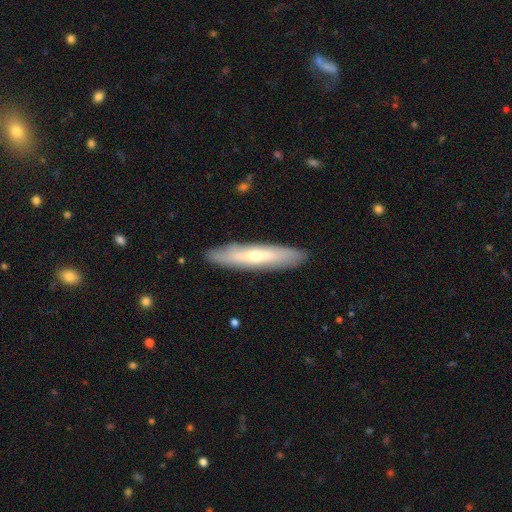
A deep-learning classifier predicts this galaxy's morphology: A featured or disk galaxy (48%).

Vote fractions:
- Smooth or featured? featured or disk: 48% / smooth: 46% / star or artifact: 6%
- Merging? none: 88% / minor disturbance: 9% / major disturbance: 2% / merger: 1%